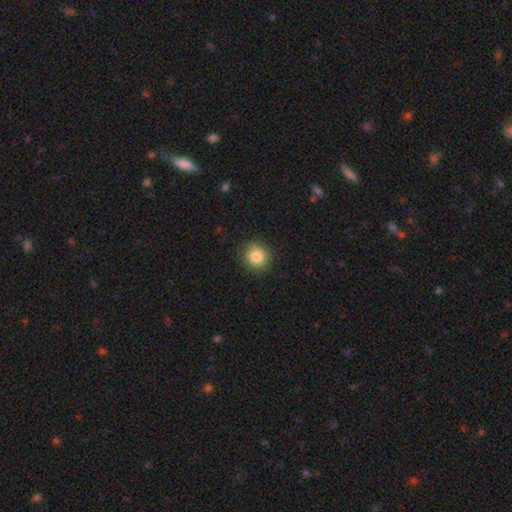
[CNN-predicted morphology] Smooth or featured? Predicted: smooth (p=0.84). How rounded? Predicted: round (p=0.90). Merging? Predicted: none (p=0.88).